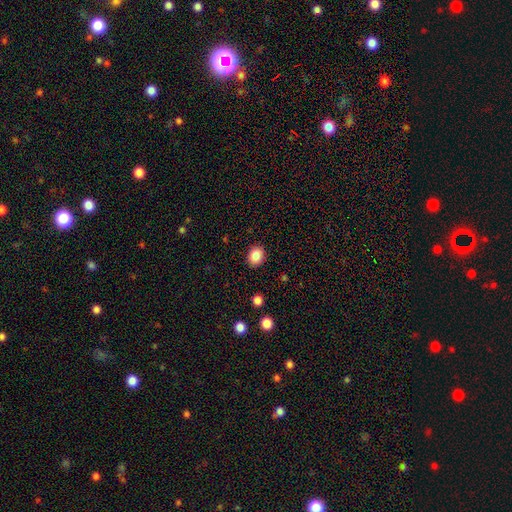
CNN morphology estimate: This appears to be a smooth galaxy with no disk features (87%) that is round (50%, tied with in between). Merging: none (89%).